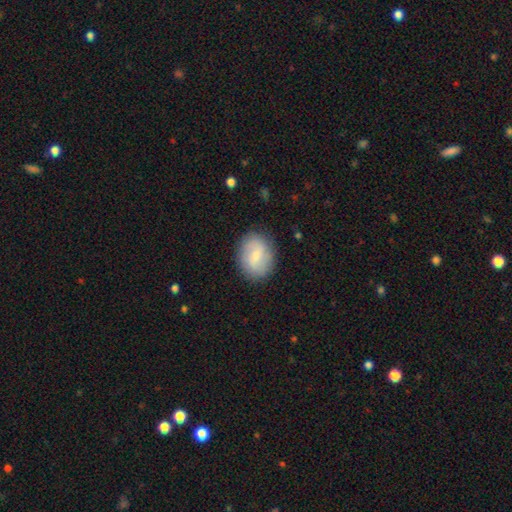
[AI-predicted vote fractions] This appears to be a smooth galaxy with no disk features (53%) that is in between round and cigar-shaped (58%). Merging: none (84%).